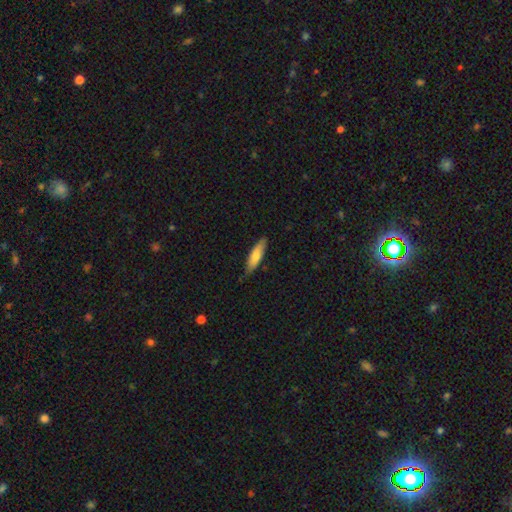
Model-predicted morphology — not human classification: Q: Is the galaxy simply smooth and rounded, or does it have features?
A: smooth — 71%.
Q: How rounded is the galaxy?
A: cigar-shaped — 65%.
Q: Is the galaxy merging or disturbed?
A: none — 81%.